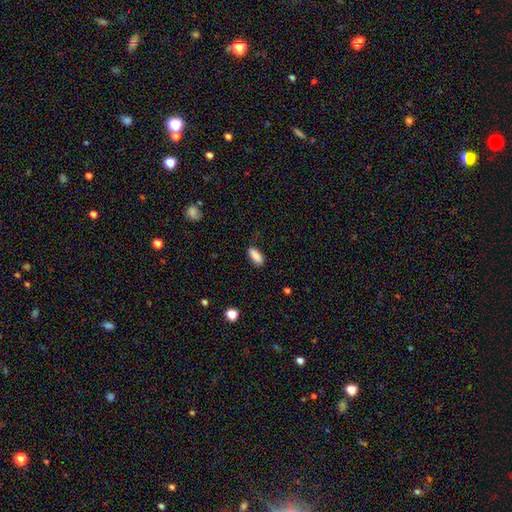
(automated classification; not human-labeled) smooth-or-featured: smooth: 87% | star or artifact: 8% | featured or disk: 5%
  how-rounded: in between: 79% | cigar-shaped: 19% | round: 2%
  merging: none: 78% | minor disturbance: 17% | major disturbance: 3% | merger: 2%